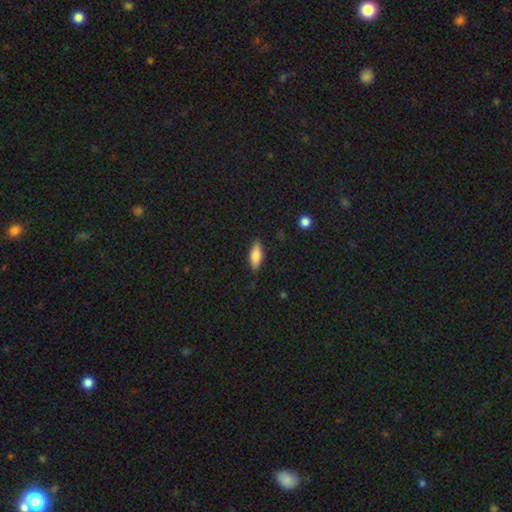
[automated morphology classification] Smooth or featured? Predicted: smooth (p=0.74). How rounded? Predicted: in between (p=0.68). Merging? Predicted: none (p=0.85).